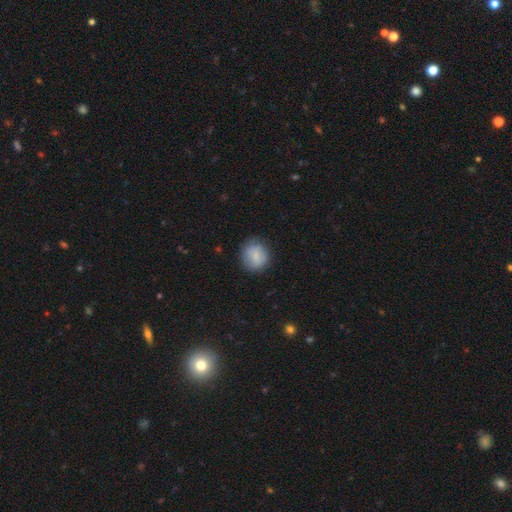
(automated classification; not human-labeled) Smooth or featured? smooth (77%)
How rounded? round (78%)
Merging? none (77%)